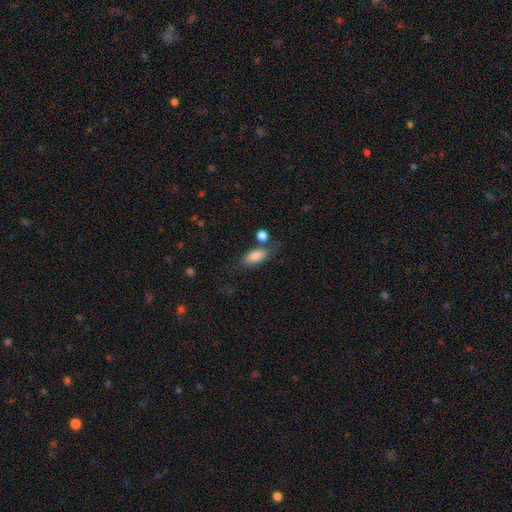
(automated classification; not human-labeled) A smooth galaxy with no disk features (84%) that is in between round and cigar-shaped (84%). Merging: none (60%).